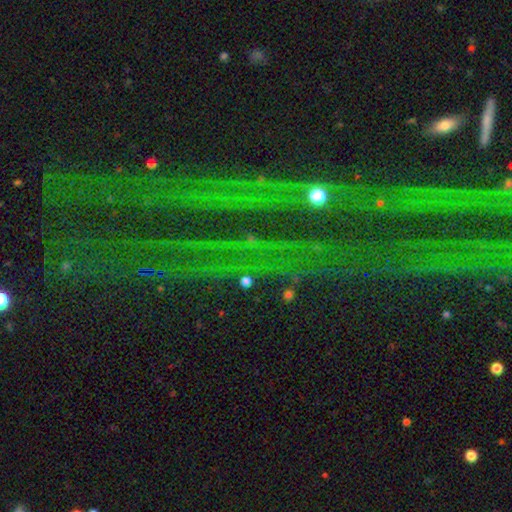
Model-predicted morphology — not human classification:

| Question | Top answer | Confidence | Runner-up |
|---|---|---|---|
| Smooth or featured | star or artifact | 79% | featured or disk (12%) |